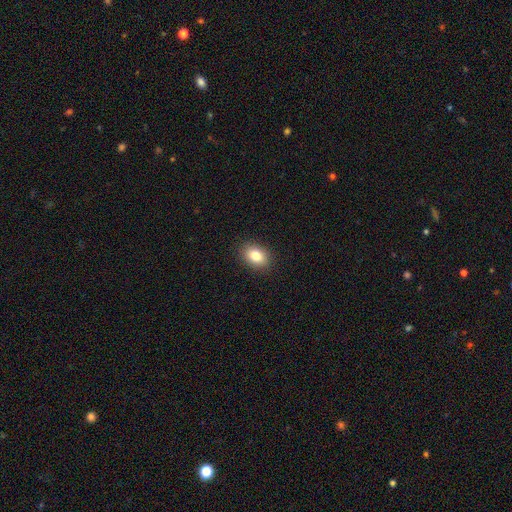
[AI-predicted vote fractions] This is clearly a smooth galaxy (83%). How rounded: likely in between (77%). Merging: clearly none (89%).